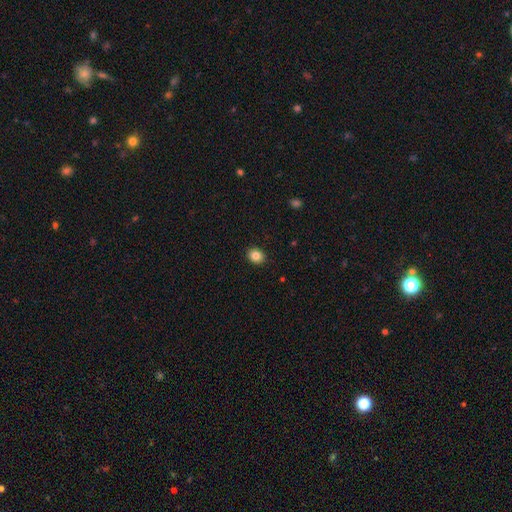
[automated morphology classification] smooth 84%, star or artifact 10%, featured or disk 5%. Down the decision tree: how rounded — round (60%); merging — none (91%).